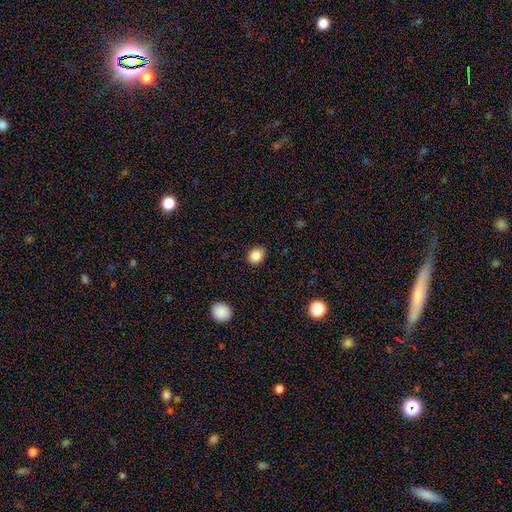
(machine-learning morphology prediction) Q: Smooth or featured?
A: smooth (86%); runner-up: star or artifact (10%)
Q: How rounded?
A: round (53%); runner-up: in between (47%)
Q: Merging?
A: none (87%); runner-up: minor disturbance (10%)